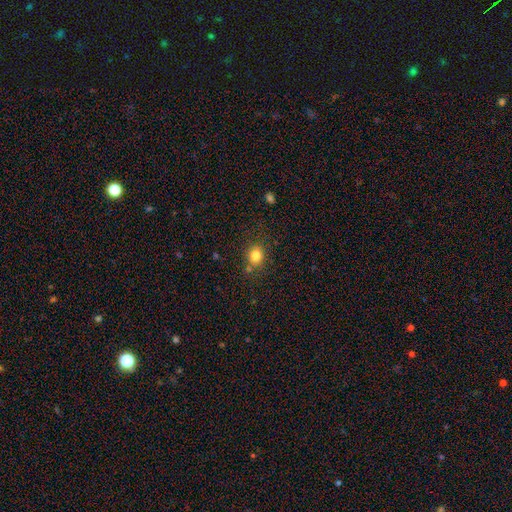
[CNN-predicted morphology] Smooth or featured: smooth — 82% (star or artifact — 12%)
How rounded: round — 72% (in between — 27%)
Merging: none — 74% (minor disturbance — 12%)